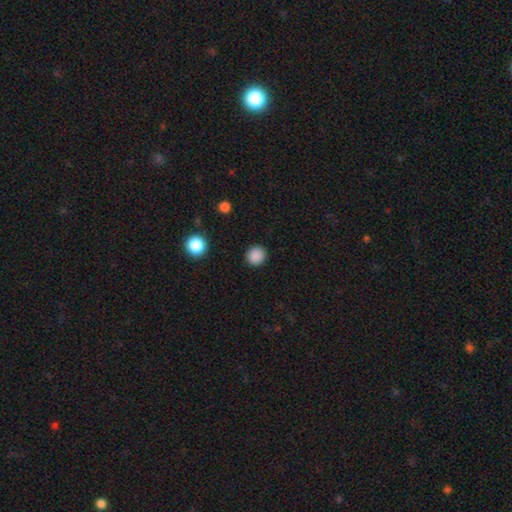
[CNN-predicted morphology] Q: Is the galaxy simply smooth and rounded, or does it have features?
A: smooth — 87%.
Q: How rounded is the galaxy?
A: round — 91%.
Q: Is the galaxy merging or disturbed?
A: none — 92%.